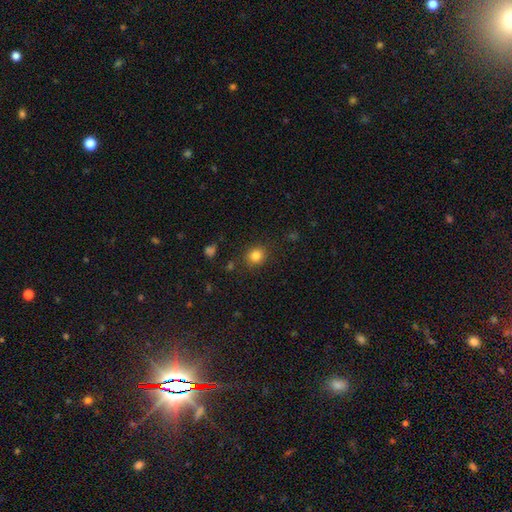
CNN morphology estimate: Q: Smooth or featured?
A: smooth (83%); runner-up: star or artifact (12%)
Q: How rounded?
A: round (81%); runner-up: in between (18%)
Q: Merging?
A: none (86%); runner-up: minor disturbance (9%)